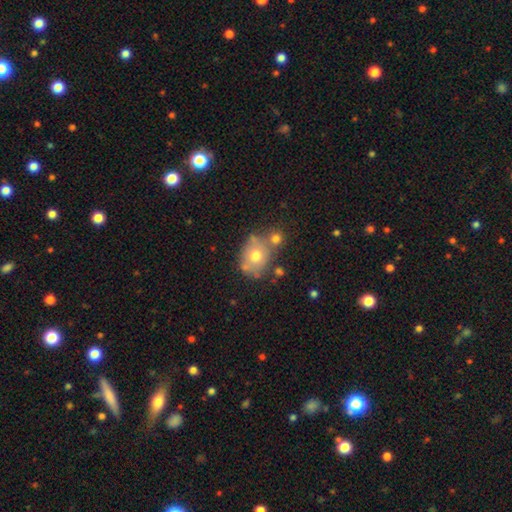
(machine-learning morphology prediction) This appears to be a smooth galaxy with no disk features (62%) that is round (50%). Merging: none (50%).